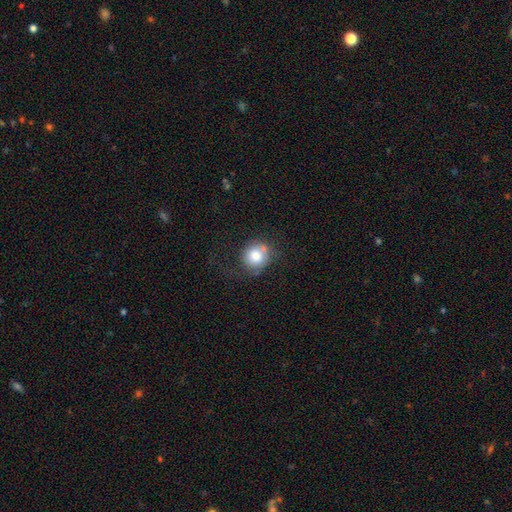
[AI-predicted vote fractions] Smooth or featured? Predicted: smooth (p=0.76). How rounded? Predicted: round (p=0.85). Merging? Predicted: none (p=0.53).